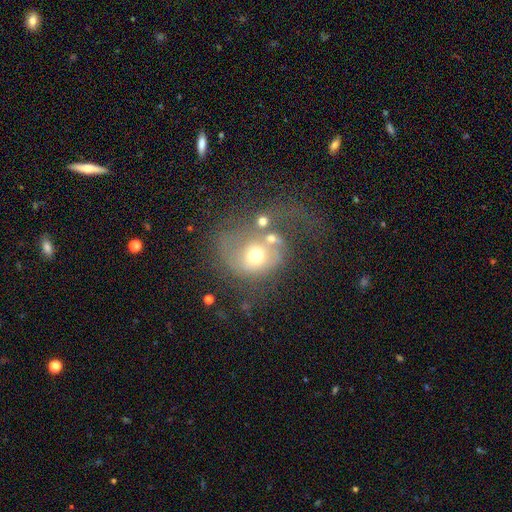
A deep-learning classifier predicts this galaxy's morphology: smooth-or-featured: featured or disk: 44% | smooth: 42% | star or artifact: 13%
  merging: major disturbance: 39% | merger: 24% | none: 22% | minor disturbance: 14%